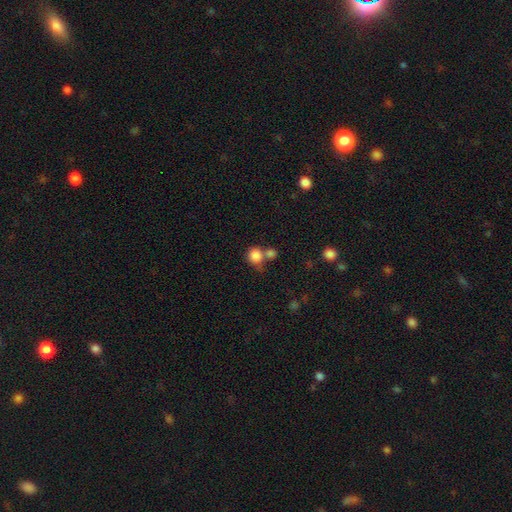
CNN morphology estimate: A smooth galaxy with no disk features (84%) that is round (82%). Merging: none (45%).